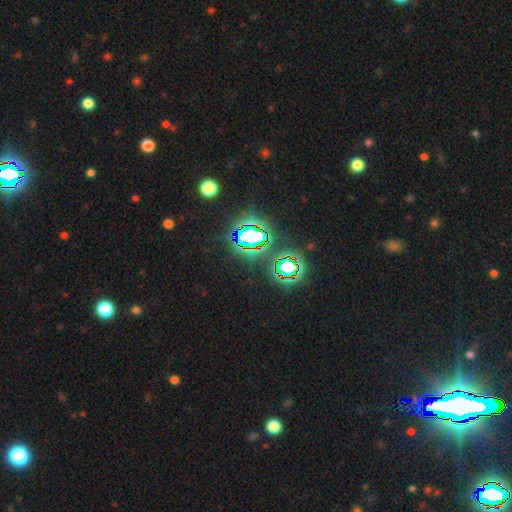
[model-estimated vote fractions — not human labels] Smooth or featured?
  - star or artifact: 83% *
  - smooth: 10%
  - featured or disk: 7%